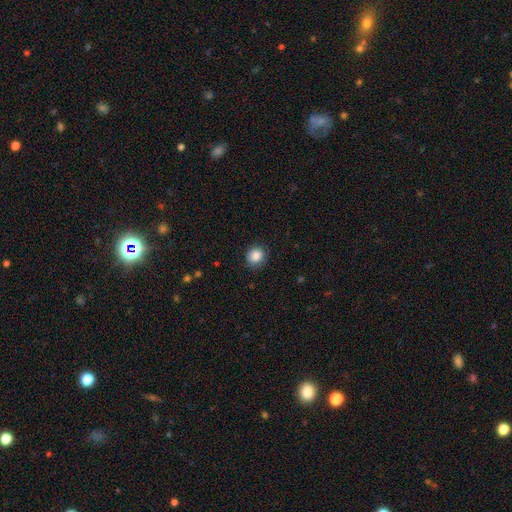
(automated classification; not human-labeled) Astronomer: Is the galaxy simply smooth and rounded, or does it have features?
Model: smooth — 86%.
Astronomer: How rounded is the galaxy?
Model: round — 82%.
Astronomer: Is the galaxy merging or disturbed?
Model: none — 84%.